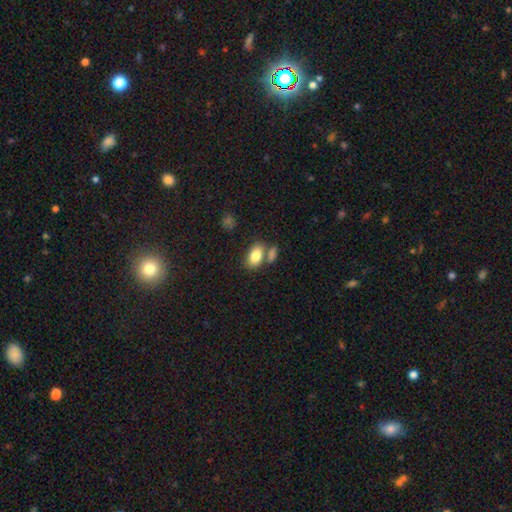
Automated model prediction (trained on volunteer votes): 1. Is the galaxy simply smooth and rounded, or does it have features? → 83% smooth, 9% featured or disk, 8% star or artifact.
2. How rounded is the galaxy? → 90% in between, 8% round, 3% cigar-shaped.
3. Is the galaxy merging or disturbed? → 57% none, 27% merger, 12% minor disturbance, 4% major disturbance.